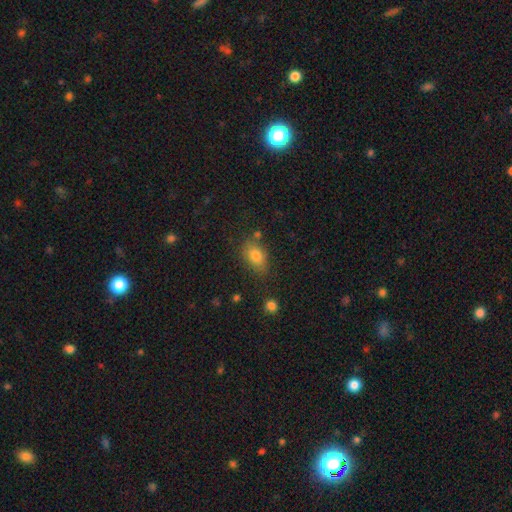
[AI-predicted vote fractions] Smooth or featured: smooth — 81% (star or artifact — 10%)
How rounded: in between — 80% (round — 18%)
Merging: none — 66% (minor disturbance — 21%)